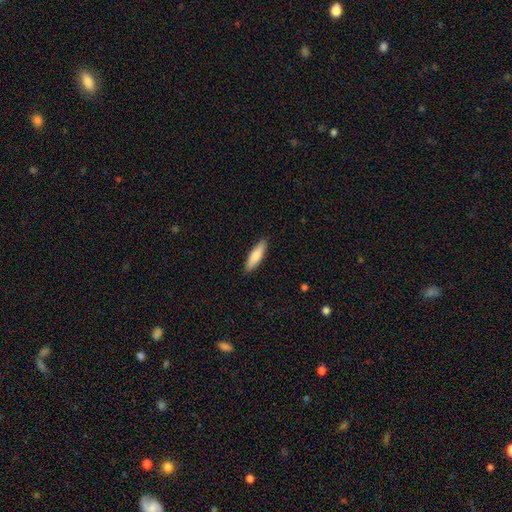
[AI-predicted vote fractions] This is likely a smooth galaxy (79%). How rounded: likely cigar-shaped (66%). Merging: clearly none (89%).